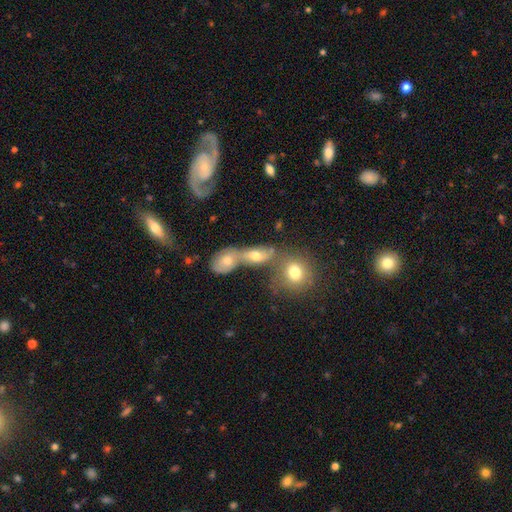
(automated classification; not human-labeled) smooth_or_featured: smooth (p=0.45) [alt: featured or disk p=0.38]
merging: merger (p=0.52) [alt: none p=0.29]